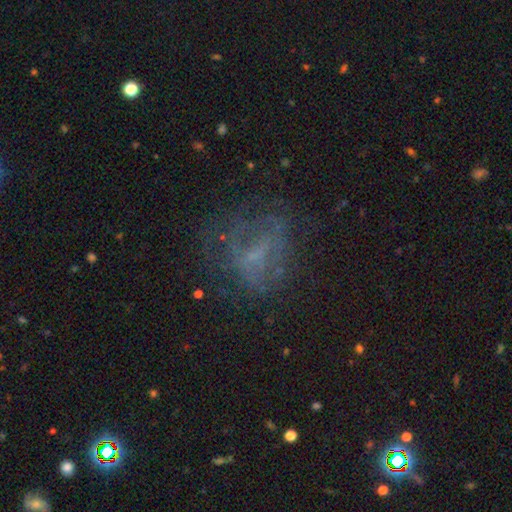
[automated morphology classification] This is marginally a featured or disk galaxy (43%). Merging: possibly none (54%).